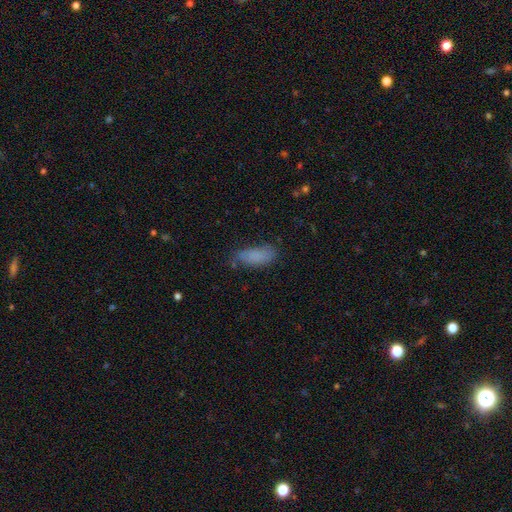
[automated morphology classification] This appears to be a smooth galaxy with no disk features (83%) that is in between round and cigar-shaped (76%). Merging: none (67%).